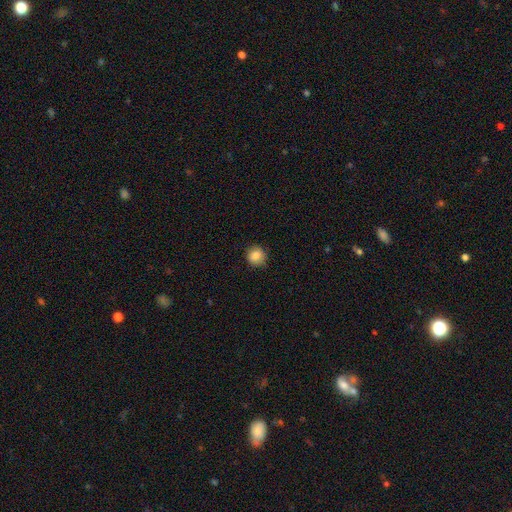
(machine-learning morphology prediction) A smooth galaxy with no disk features (86%) that is round (91%).

Vote fractions:
- Smooth or featured? smooth: 86% / star or artifact: 9% / featured or disk: 5%
- How rounded? round: 91% / in between: 8% / cigar-shaped: 1%
- Merging? none: 86% / minor disturbance: 10% / major disturbance: 2% / merger: 1%